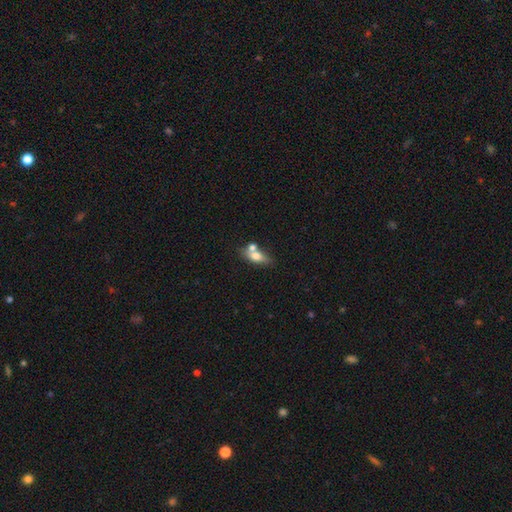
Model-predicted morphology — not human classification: Q: Smooth or featured?
A: smooth (65%); runner-up: featured or disk (26%)
Q: How rounded?
A: in between (72%); runner-up: cigar-shaped (18%)
Q: Merging?
A: none (47%); runner-up: merger (34%)